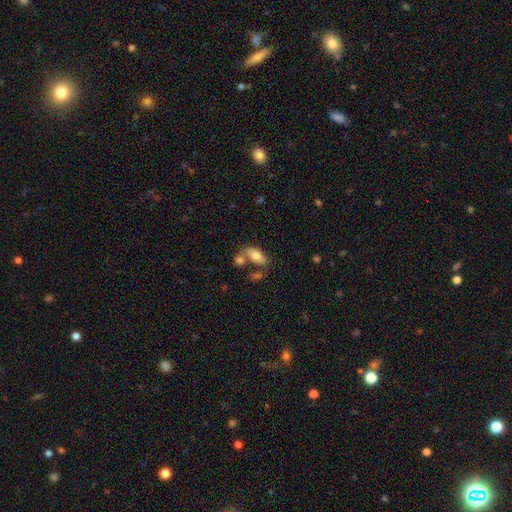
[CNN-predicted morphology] smooth 78%, featured or disk 14%, star or artifact 8%. Down the decision tree: how rounded — in between (86%); merging — none (50%).